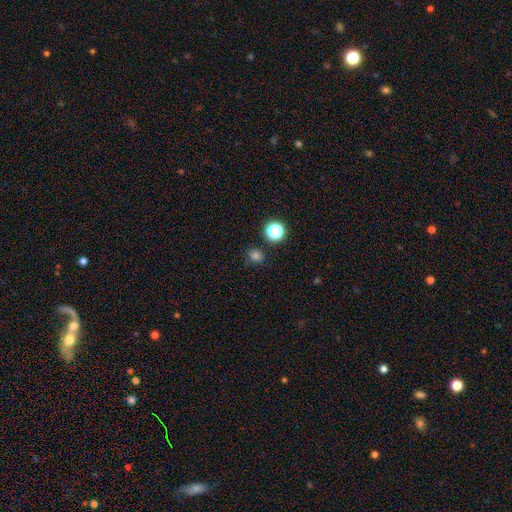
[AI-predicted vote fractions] smooth 74%, star or artifact 22%, featured or disk 4%. Down the decision tree: how rounded — round (79%); merging — none (82%).